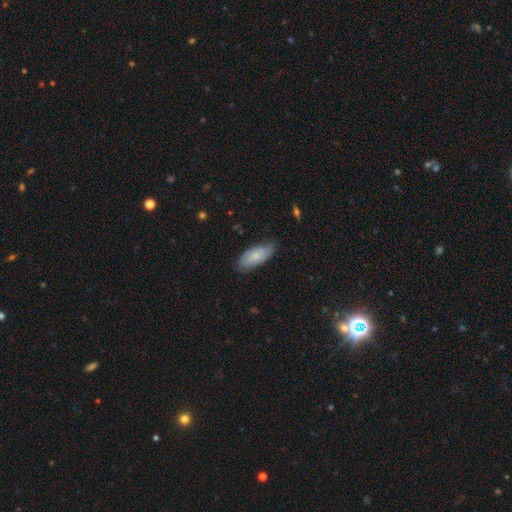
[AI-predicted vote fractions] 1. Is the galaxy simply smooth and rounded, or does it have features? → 73% smooth, 21% featured or disk, 6% star or artifact.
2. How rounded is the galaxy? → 87% in between, 11% cigar-shaped, 2% round.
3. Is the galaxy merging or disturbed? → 75% none, 21% minor disturbance, 3% major disturbance, 1% merger.